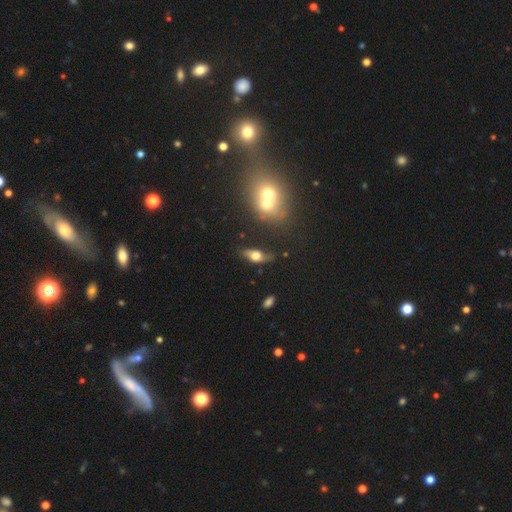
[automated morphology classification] This is possibly a featured or disk galaxy (51%). It is likely viewed edge-on (65%). Merging: likely none (67%).